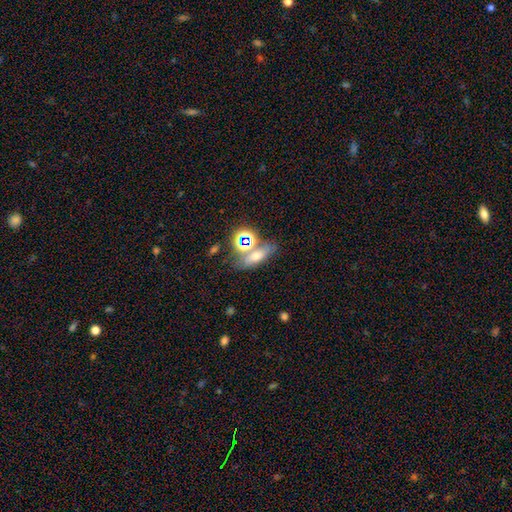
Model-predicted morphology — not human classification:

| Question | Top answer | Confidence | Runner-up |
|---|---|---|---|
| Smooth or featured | smooth | 52% | star or artifact (26%) |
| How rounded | in between | 56% | cigar-shaped (29%) |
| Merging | none | 59% | merger (21%) |